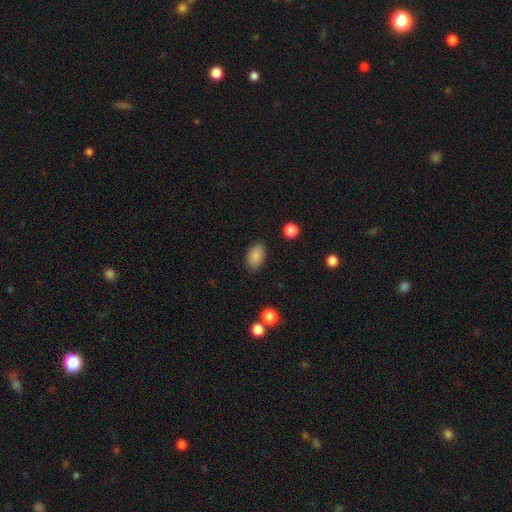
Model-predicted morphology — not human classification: Q: Smooth or featured?
A: smooth (87%); runner-up: star or artifact (8%)
Q: How rounded?
A: in between (88%); runner-up: round (10%)
Q: Merging?
A: none (87%); runner-up: minor disturbance (9%)